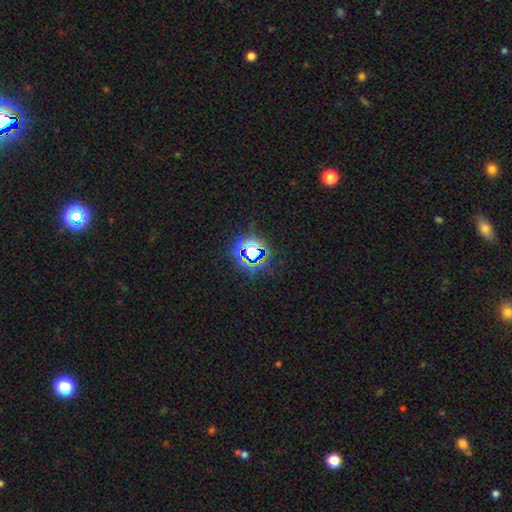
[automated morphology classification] Q: Smooth or featured?
A: star or artifact (71%); runner-up: smooth (19%)